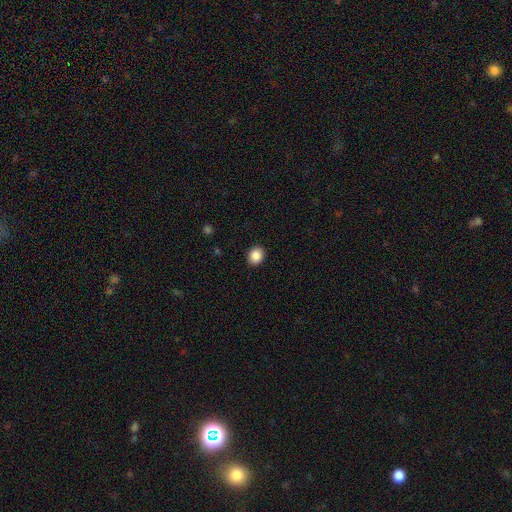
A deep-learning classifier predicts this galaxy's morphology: smooth-or-featured: smooth: 88% | star or artifact: 9% | featured or disk: 3%
  how-rounded: round: 63% | in between: 36% | cigar-shaped: 1%
  merging: none: 91% | minor disturbance: 6% | major disturbance: 2% | merger: 1%